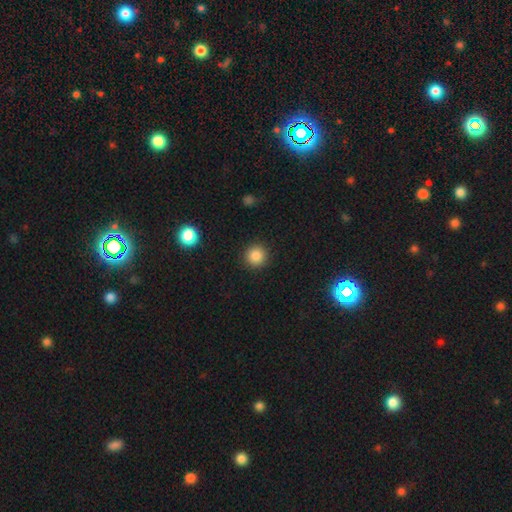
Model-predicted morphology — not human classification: The model was most divided on "smooth or featured": smooth: 85%, star or artifact: 11%, featured or disk: 4%. More confident: how rounded — round (94%); merging — none (92%).